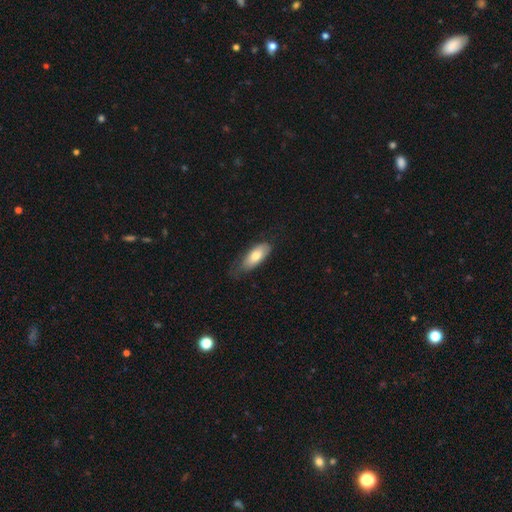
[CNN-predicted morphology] type=smooth (75%); roundness=in between (83%); merging=none (56%).